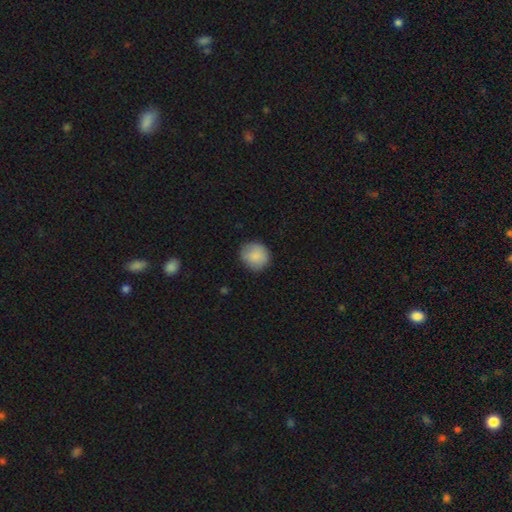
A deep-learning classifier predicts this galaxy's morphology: Smooth or featured? Predicted: smooth (p=0.88). How rounded? Predicted: round (p=0.87). Merging? Predicted: none (p=0.85).